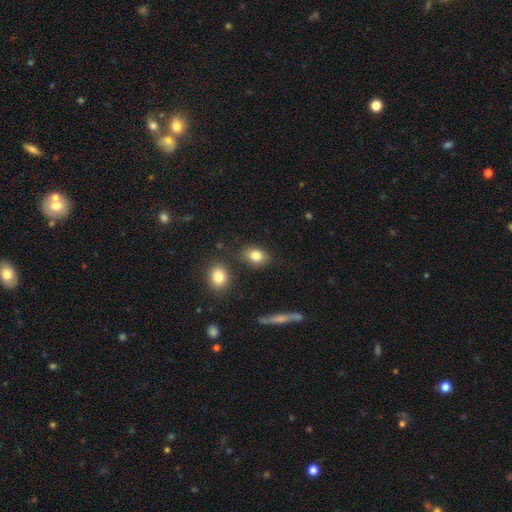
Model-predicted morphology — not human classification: Smooth or featured?
  - smooth: 81% *
  - featured or disk: 10%
  - star or artifact: 9%
How rounded?
  - in between: 78% *
  - round: 19%
  - cigar-shaped: 2%
Merging?
  - none: 80% *
  - minor disturbance: 11%
  - merger: 6%
  - major disturbance: 3%